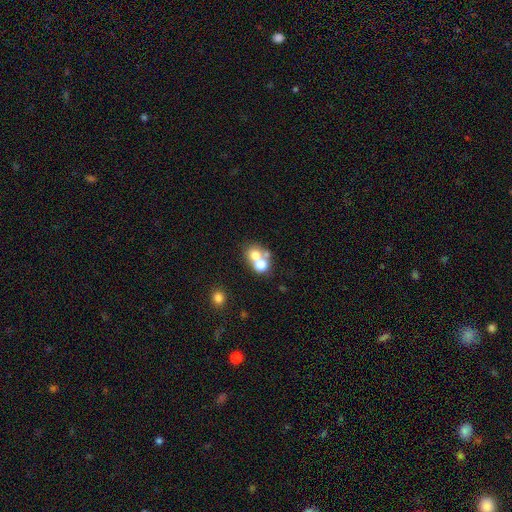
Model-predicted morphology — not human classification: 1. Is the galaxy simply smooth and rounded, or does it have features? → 66% smooth, 18% featured or disk, 16% star or artifact.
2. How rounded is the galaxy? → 76% round, 23% in between, 1% cigar-shaped.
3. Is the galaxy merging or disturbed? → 50% merger, 39% none, 6% minor disturbance, 4% major disturbance.